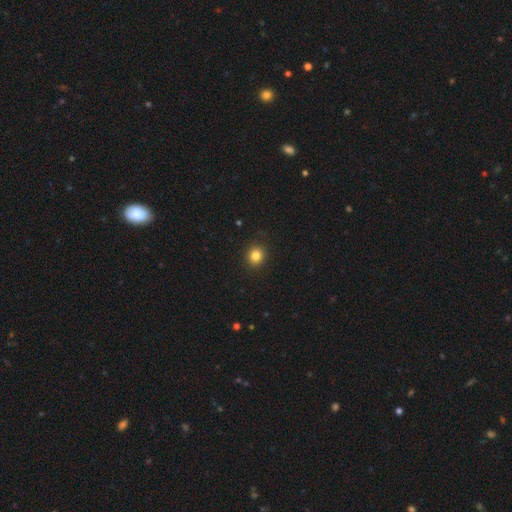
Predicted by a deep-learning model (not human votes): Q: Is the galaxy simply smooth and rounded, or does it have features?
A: smooth — 83%.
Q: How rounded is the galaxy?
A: round — 83%.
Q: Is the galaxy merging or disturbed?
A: none — 91%.